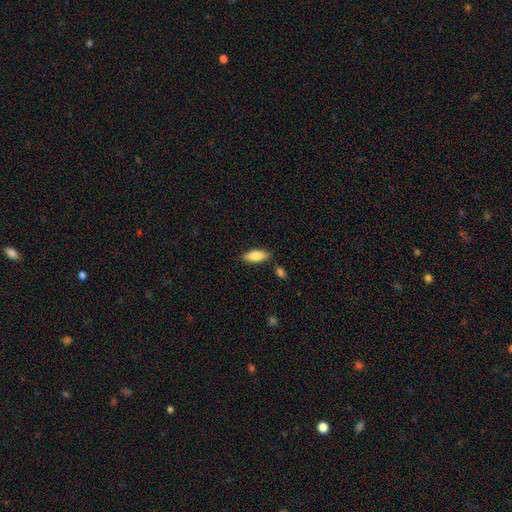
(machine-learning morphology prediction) smooth-or-featured: smooth: 83% | featured or disk: 10% | star or artifact: 6%
  how-rounded: in between: 82% | cigar-shaped: 16% | round: 2%
  merging: none: 82% | minor disturbance: 11% | merger: 4% | major disturbance: 2%